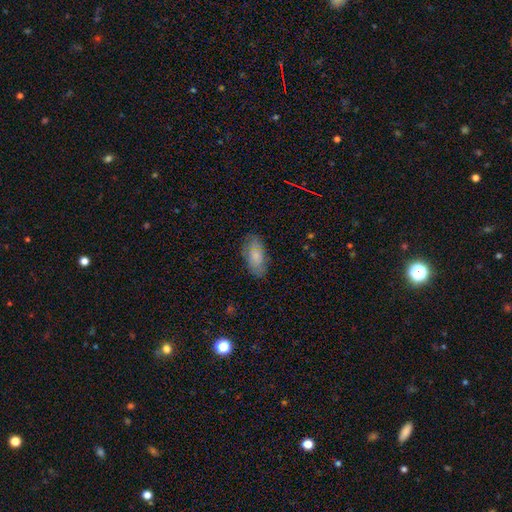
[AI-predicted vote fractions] Morphology: type=smooth (73%); roundness=in between (89%); merging=none (77%).